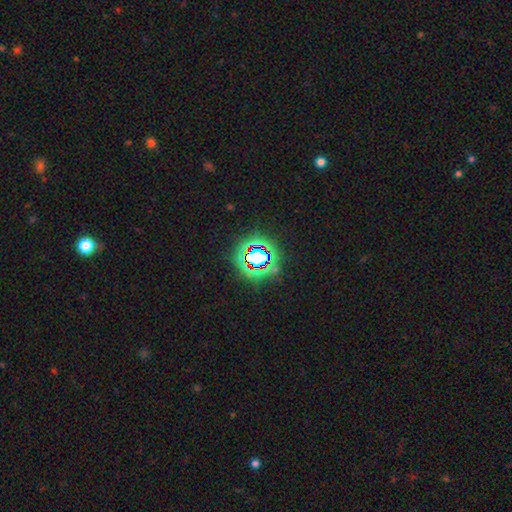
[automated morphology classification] This is likely a star or artifact rather than a galaxy (72%).